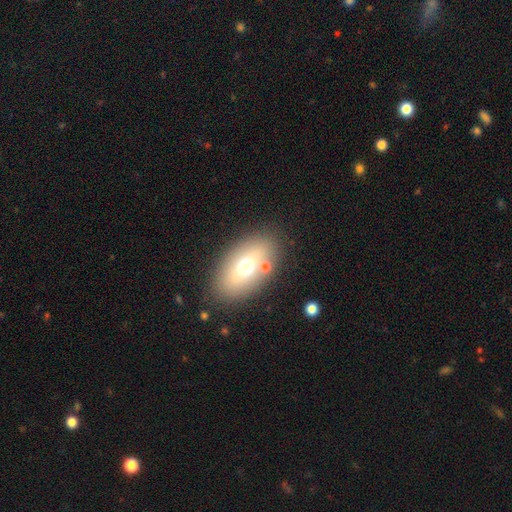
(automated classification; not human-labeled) Smooth or featured? smooth (63%)
How rounded? in between (88%)
Merging? none (81%)